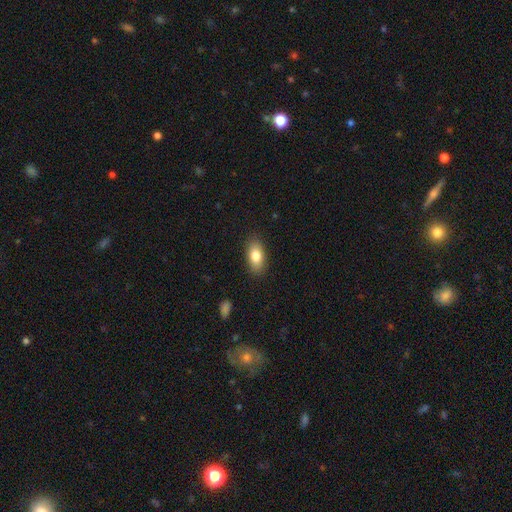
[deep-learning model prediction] Q: Smooth or featured?
A: smooth (82%); runner-up: featured or disk (11%)
Q: How rounded?
A: in between (89%); runner-up: round (5%)
Q: Merging?
A: none (87%); runner-up: minor disturbance (9%)